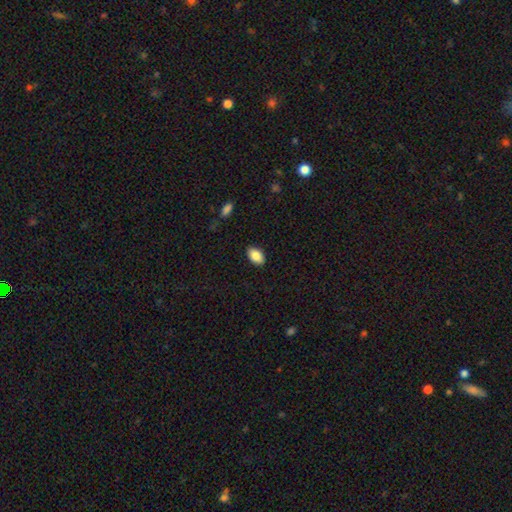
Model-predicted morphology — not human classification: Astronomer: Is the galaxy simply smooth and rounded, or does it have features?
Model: smooth — 87%.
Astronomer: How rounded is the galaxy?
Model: in between — 92%.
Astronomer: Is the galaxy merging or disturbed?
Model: none — 88%.